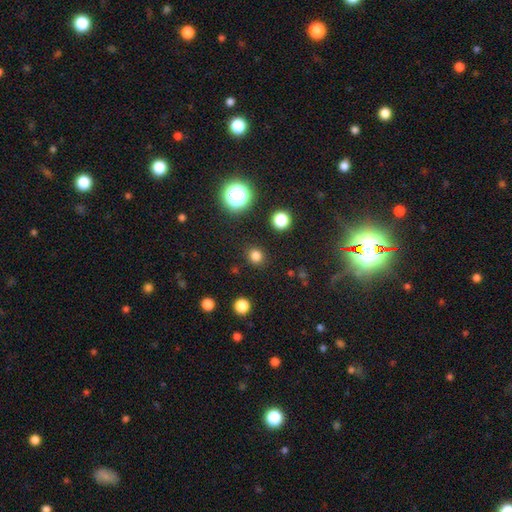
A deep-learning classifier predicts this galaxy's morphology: smooth-or-featured: smooth: 79% | star or artifact: 17% | featured or disk: 4%
  how-rounded: round: 89% | in between: 10% | cigar-shaped: 1%
  merging: none: 90% | minor disturbance: 6% | major disturbance: 2% | merger: 1%